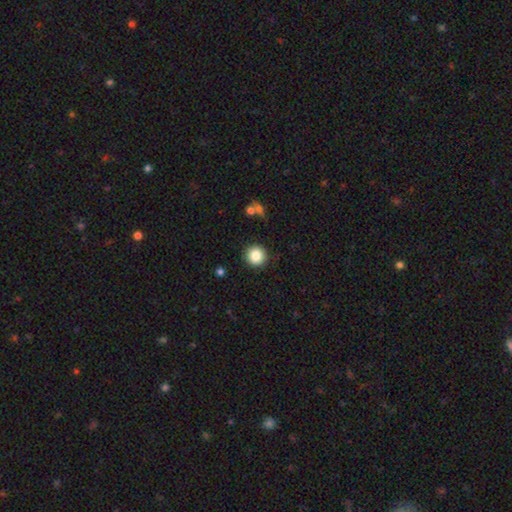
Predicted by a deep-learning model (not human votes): This is clearly a smooth galaxy (85%). How rounded: clearly round (94%). Merging: clearly none (89%).